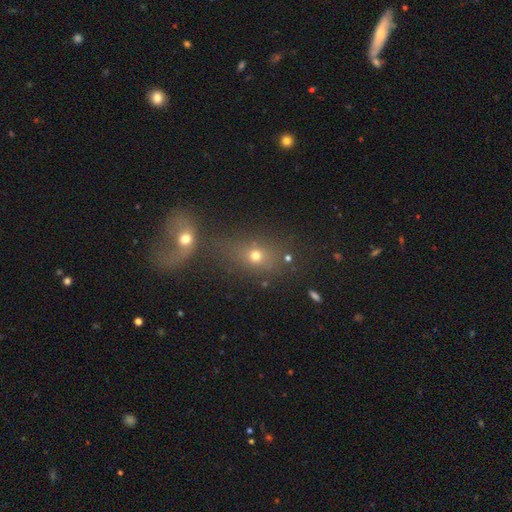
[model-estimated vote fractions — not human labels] The model was most divided on "how rounded": round: 51%, in between: 44%, cigar-shaped: 5%. More confident: smooth or featured — smooth (65%); merging — none (51%).